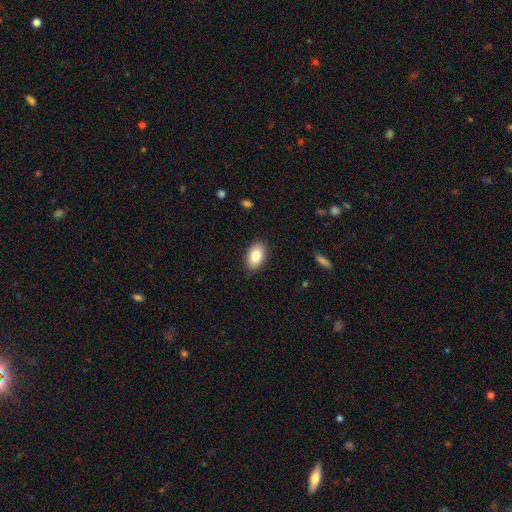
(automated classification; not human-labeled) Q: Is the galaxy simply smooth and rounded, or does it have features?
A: smooth — 84%.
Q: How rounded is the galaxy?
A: in between — 92%.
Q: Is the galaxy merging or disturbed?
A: none — 89%.